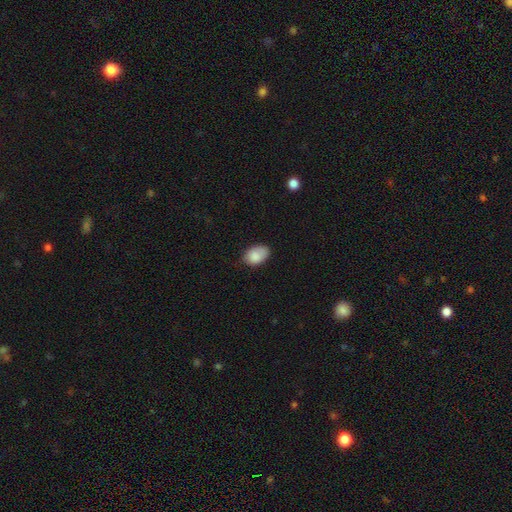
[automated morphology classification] The model was most divided on "merging": none: 66%, minor disturbance: 28%, major disturbance: 5%, merger: 1%. More confident: how rounded — in between (86%); smooth or featured — smooth (86%).